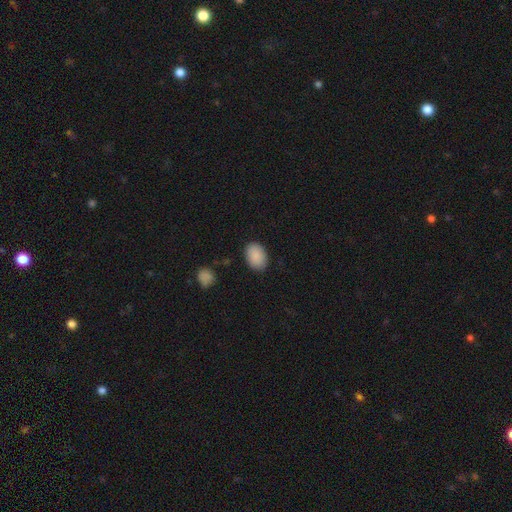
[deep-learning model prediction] This is clearly a smooth galaxy (89%). How rounded: clearly in between (86%). Merging: clearly none (86%).